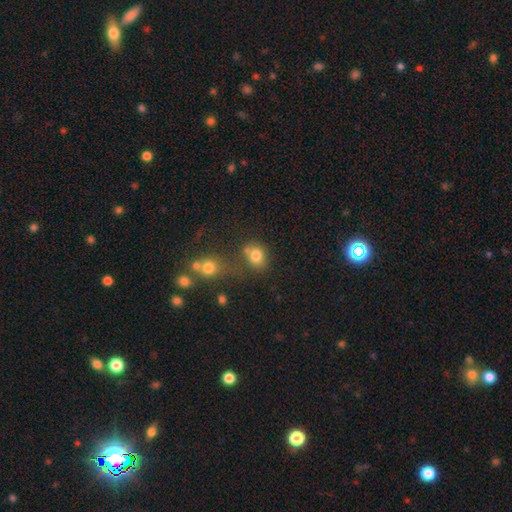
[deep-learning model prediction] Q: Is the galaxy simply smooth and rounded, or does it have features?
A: smooth — 78%.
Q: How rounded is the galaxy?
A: round — 67%.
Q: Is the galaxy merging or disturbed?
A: none — 55%.